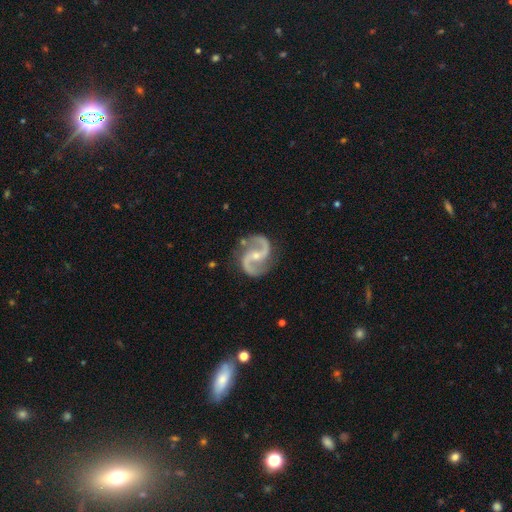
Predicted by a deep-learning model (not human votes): A featured or disk galaxy (93%) with no bar (44%), 2 (95%) medium (55%) spiral arms (98%) and a small central bulge (58%).

Vote fractions:
- Smooth or featured? featured or disk: 93% / star or artifact: 4% / smooth: 3%
- Edge-on disk? no: 98% / yes: 2%
- Bar? no: 44% / weak: 37% / strong: 19%
- Spiral arms? yes: 98% / no: 2%
- Spiral winding? medium: 55% / loose: 34% / tight: 11%
- Spiral arm count? 2: 95% / can't tell: 1% / 3: 1% / 1: 1% / 4: 1% / more than 4: 1%
- Bulge size? small: 58% / moderate: 38% / none: 2% / large: 1% / dominant: 1%
- Merging? none: 84% / minor disturbance: 11% / major disturbance: 3% / merger: 2%